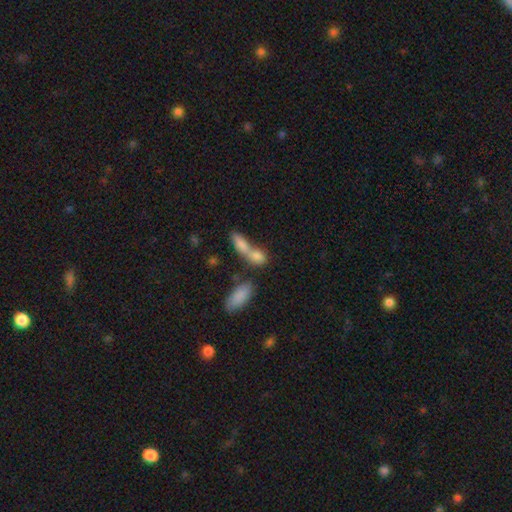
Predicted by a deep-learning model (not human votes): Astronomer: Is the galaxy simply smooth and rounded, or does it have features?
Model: smooth — 77%.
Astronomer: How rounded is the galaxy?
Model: in between — 66%.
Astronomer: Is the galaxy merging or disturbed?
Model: merger — 62%.